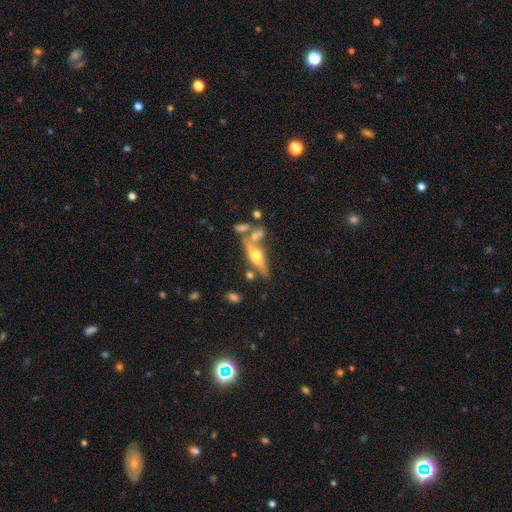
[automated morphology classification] type=featured or disk (58%); edge-on=yes (81%); merging=none (50%).